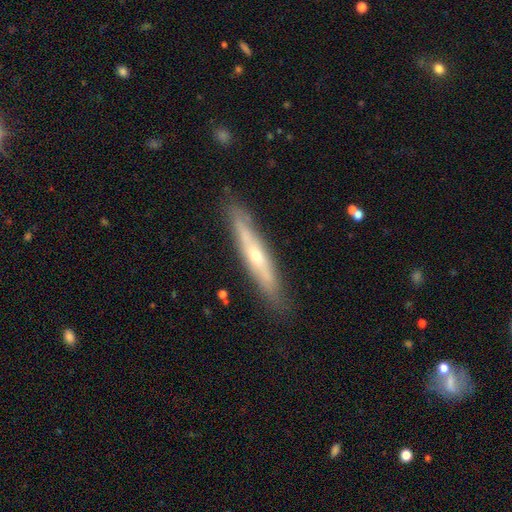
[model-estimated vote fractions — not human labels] This appears to be a featured or disk galaxy (62%) viewed edge-on (82%) with a rounded central bulge (76%). Merging: none (85%).